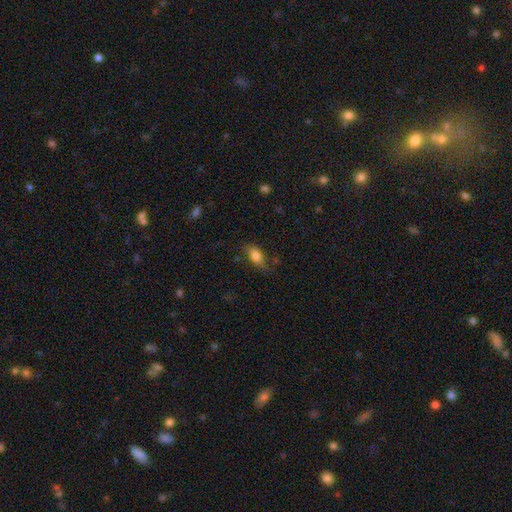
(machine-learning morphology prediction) Smooth or featured? smooth (79%)
How rounded? in between (86%)
Merging? none (67%)